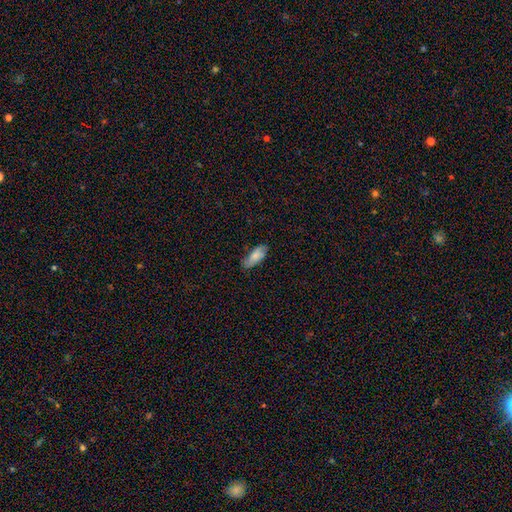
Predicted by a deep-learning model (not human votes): A smooth galaxy with no disk features (79%) that is in between round and cigar-shaped (75%). Merging: none (75%).